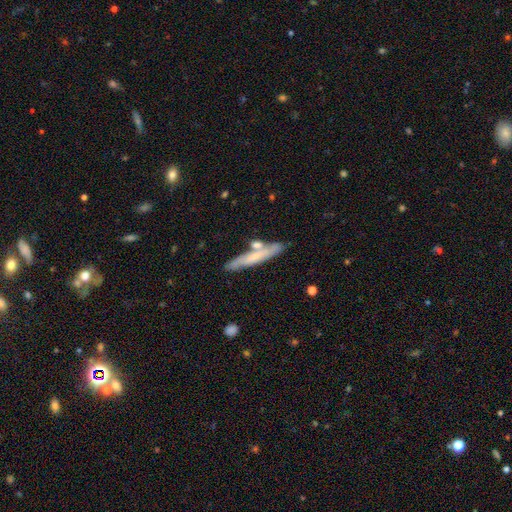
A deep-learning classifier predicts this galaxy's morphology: smooth-or-featured: smooth: 49% | featured or disk: 45% | star or artifact: 6%
  merging: none: 71% | minor disturbance: 15% | merger: 11% | major disturbance: 3%